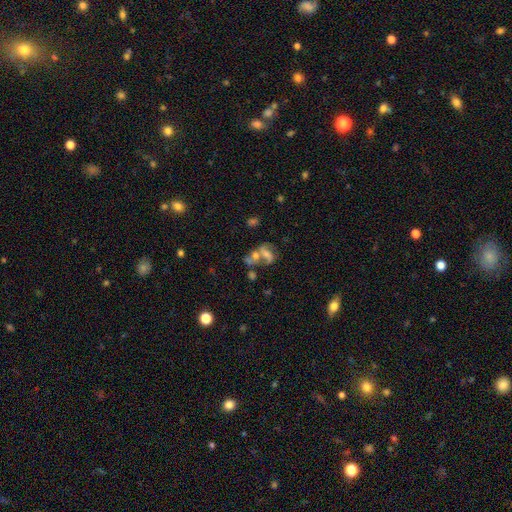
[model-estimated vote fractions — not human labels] Q: Smooth or featured?
A: featured or disk (52%); runner-up: smooth (31%)
Q: Edge-on disk?
A: no (95%); runner-up: yes (5%)
Q: Merging?
A: merger (49%); runner-up: none (27%)